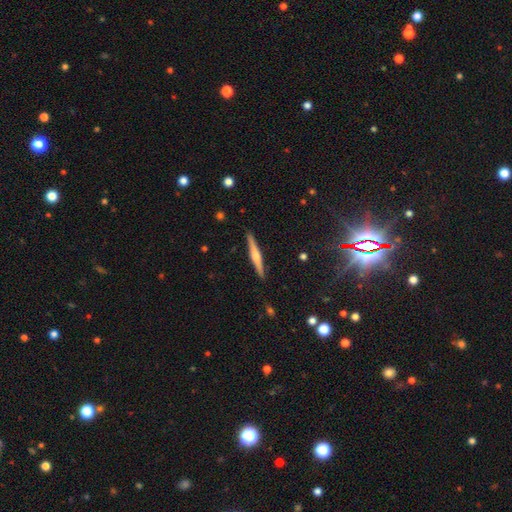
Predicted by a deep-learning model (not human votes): featured or disk 61%, smooth 33%, star or artifact 6%. Down the decision tree: edge-on disk — yes (98%); edge-on bulge — rounded (69%); merging — none (91%).